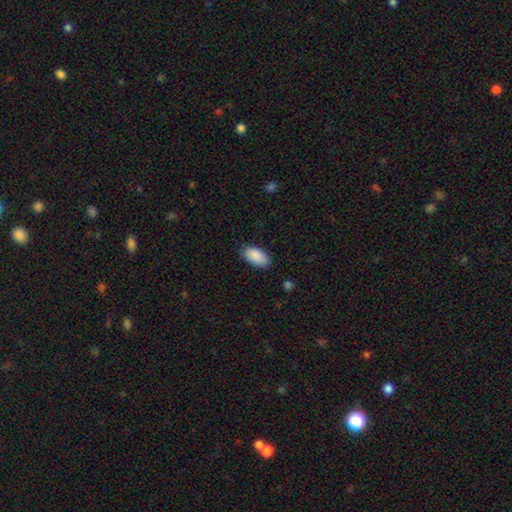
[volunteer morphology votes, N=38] Smooth or featured?
  - smooth: 84% *
  - featured or disk: 11%
  - star or artifact: 5%
How rounded?
  - in between: 100% *
  - round: 0%
  - cigar-shaped: 0%
Merging?
  - none: 89% *
  - major disturbance: 8%
  - minor disturbance: 3%
  - merger: 0%